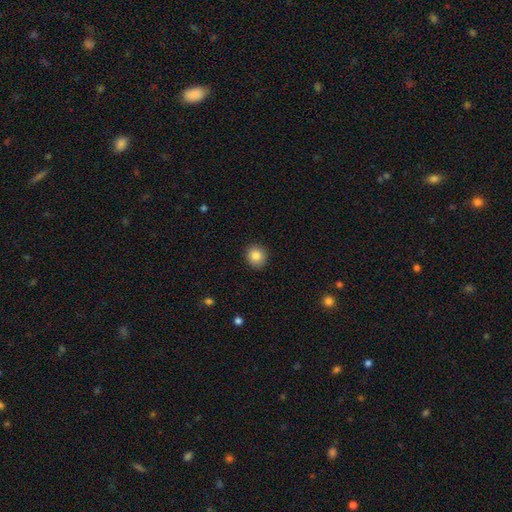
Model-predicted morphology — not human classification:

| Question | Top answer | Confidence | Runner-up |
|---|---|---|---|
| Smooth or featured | smooth | 84% | star or artifact (9%) |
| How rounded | round | 81% | in between (18%) |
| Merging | none | 90% | minor disturbance (7%) |